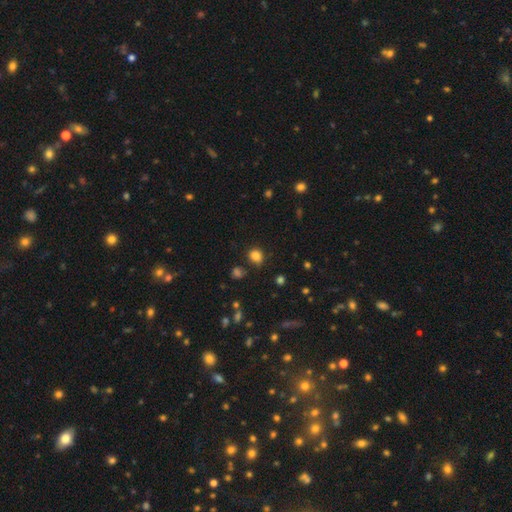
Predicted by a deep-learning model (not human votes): The model was most divided on "how rounded": round: 67%, in between: 32%, cigar-shaped: 1%. More confident: smooth or featured — smooth (82%); merging — none (80%).